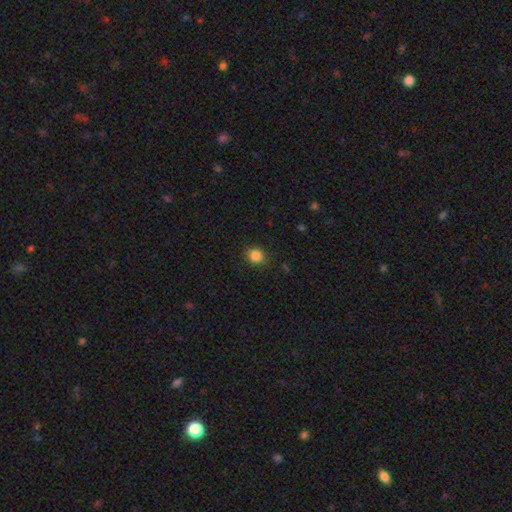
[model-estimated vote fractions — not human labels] Overall: smooth (85%). How rounded: round (79%). Merging: none (88%).